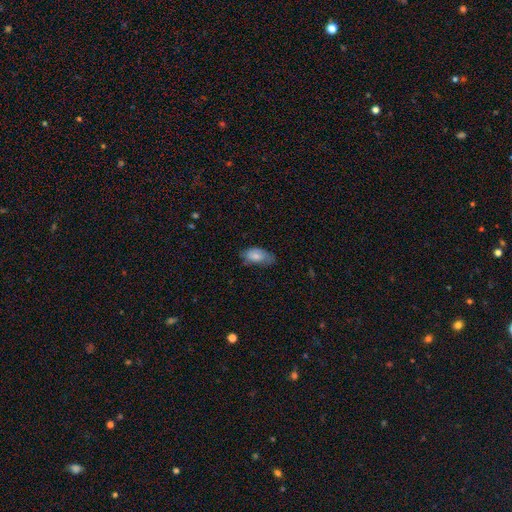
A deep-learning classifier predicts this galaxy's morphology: type=smooth (77%); roundness=in between (92%); merging=none (51%).